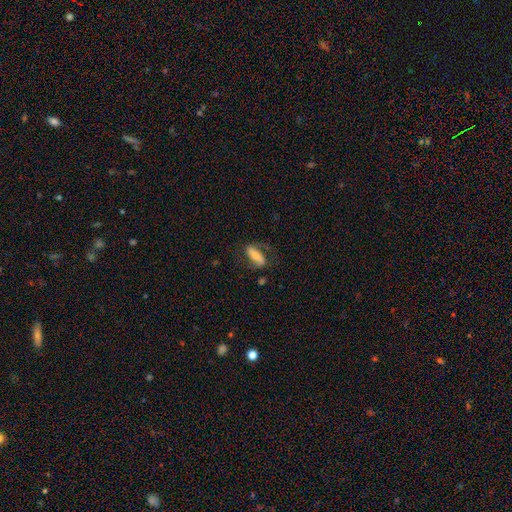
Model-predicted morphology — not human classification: type=featured or disk (47%); merging=none (62%).